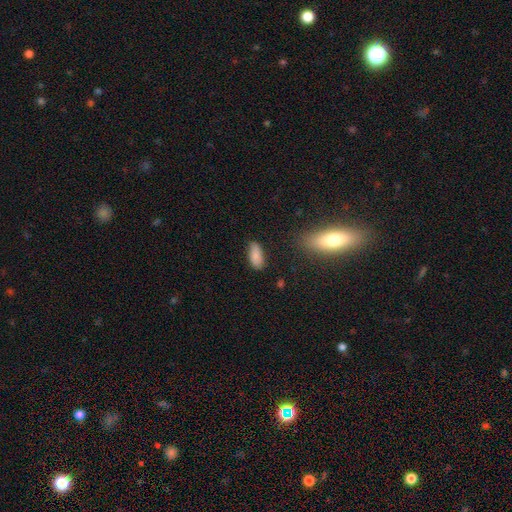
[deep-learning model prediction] Q: Smooth or featured?
A: smooth (85%); runner-up: star or artifact (8%)
Q: How rounded?
A: in between (86%); runner-up: cigar-shaped (12%)
Q: Merging?
A: none (79%); runner-up: minor disturbance (15%)